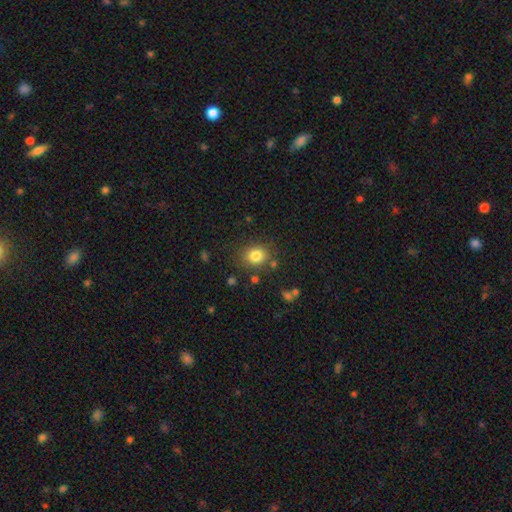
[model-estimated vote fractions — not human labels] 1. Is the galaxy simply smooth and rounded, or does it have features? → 82% smooth, 11% star or artifact, 7% featured or disk.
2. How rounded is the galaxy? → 66% round, 33% in between, 1% cigar-shaped.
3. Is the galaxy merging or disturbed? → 80% none, 12% minor disturbance, 4% major disturbance, 4% merger.